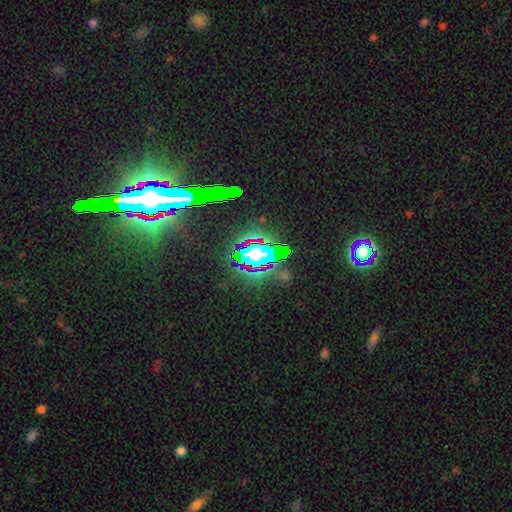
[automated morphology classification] smooth_or_featured: star or artifact (p=0.75) [alt: smooth p=0.13]